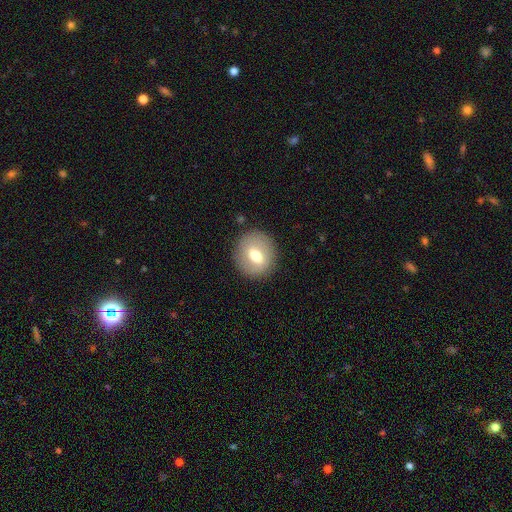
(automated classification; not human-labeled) A smooth galaxy with no disk features (60%) that is round (73%). Merging: none (85%).